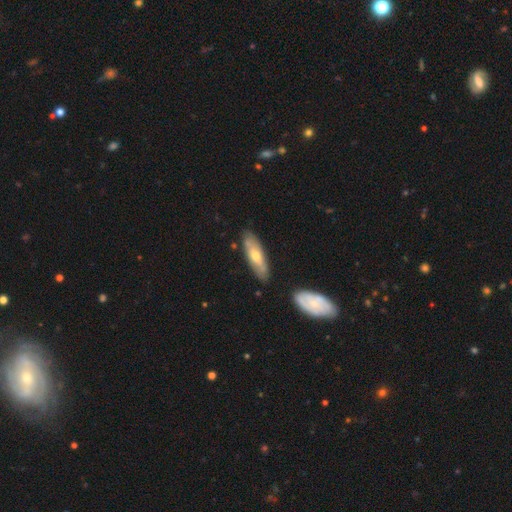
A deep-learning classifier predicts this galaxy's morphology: This is possibly a smooth galaxy (49%). Merging: clearly none (80%).